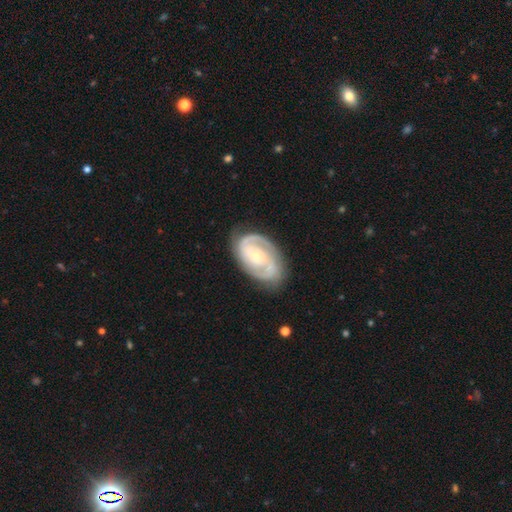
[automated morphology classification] Smooth or featured: featured or disk — 88% (smooth — 7%)
Edge-on disk: no — 97% (yes — 3%)
Bar: no — 60% (weak — 30%)
Spiral arms: yes — 97% (no — 3%)
Spiral winding: tight — 52% (medium — 40%)
Spiral arm count: 2 — 78% (3 — 9%)
Bulge size: small — 67% (moderate — 29%)
Merging: none — 80% (minor disturbance — 15%)